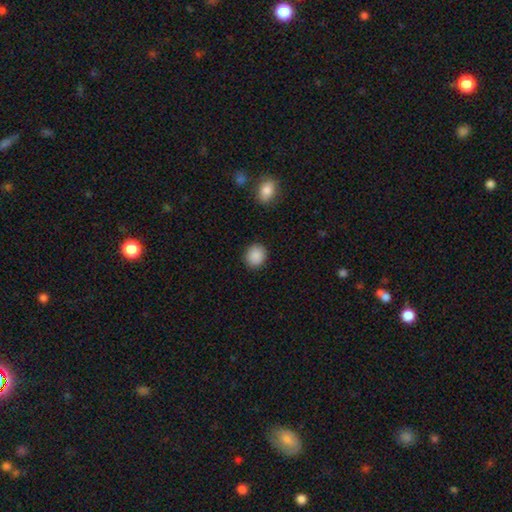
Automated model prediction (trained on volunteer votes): This is clearly a smooth galaxy (89%). How rounded: likely round (76%). Merging: clearly none (90%).